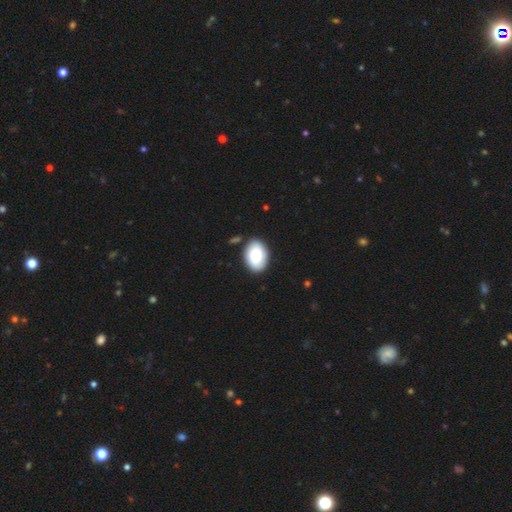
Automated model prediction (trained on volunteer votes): smooth 81%, featured or disk 12%, star or artifact 6%. Down the decision tree: how rounded — in between (85%); merging — none (84%).